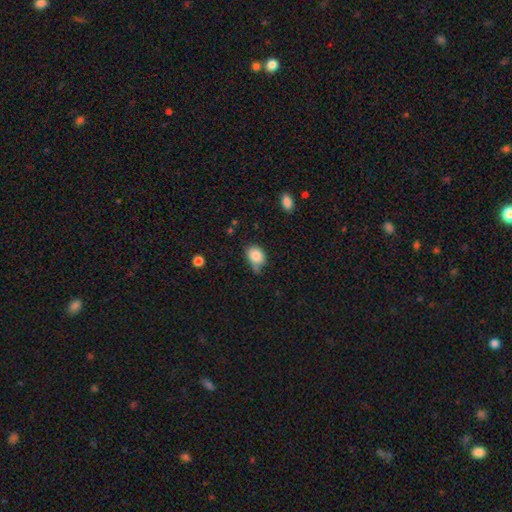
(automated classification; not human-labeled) The model was most divided on "merging": none: 51%, minor disturbance: 33%, major disturbance: 8%, merger: 7%. More confident: smooth or featured — smooth (83%); how rounded — in between (60%).